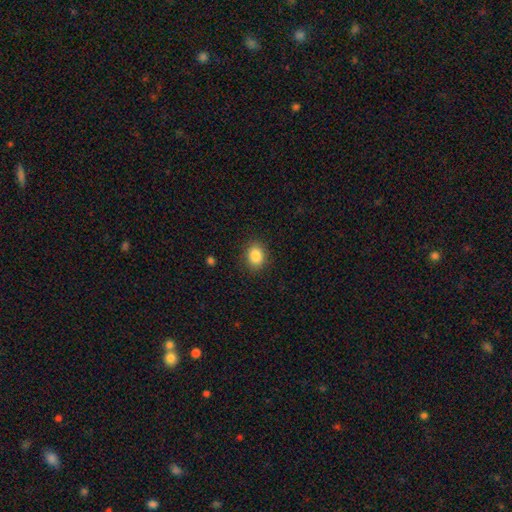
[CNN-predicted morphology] smooth 87%, star or artifact 9%, featured or disk 5%. Down the decision tree: how rounded — in between (59%); merging — none (87%).